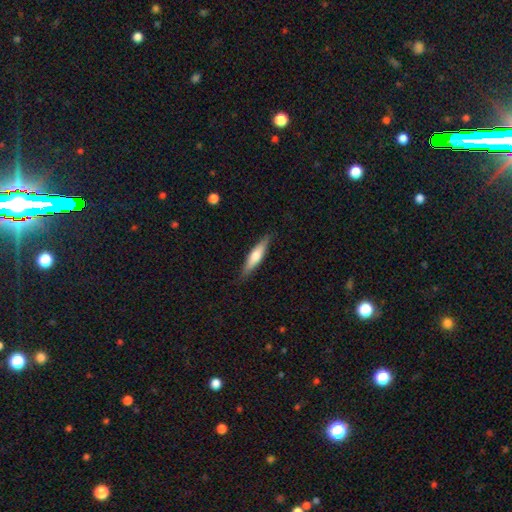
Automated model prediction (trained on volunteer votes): A smooth galaxy with no disk features (56%) that is cigar-shaped (79%).

Vote fractions:
- Smooth or featured? smooth: 56% / featured or disk: 39% / star or artifact: 5%
- How rounded? cigar-shaped: 79% / in between: 19% / round: 2%
- Merging? none: 86% / minor disturbance: 11% / major disturbance: 2% / merger: 1%